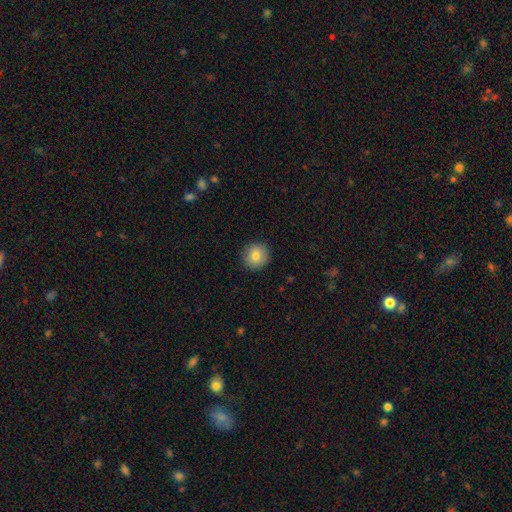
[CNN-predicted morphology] type=smooth (81%); roundness=round (92%); merging=none (91%).